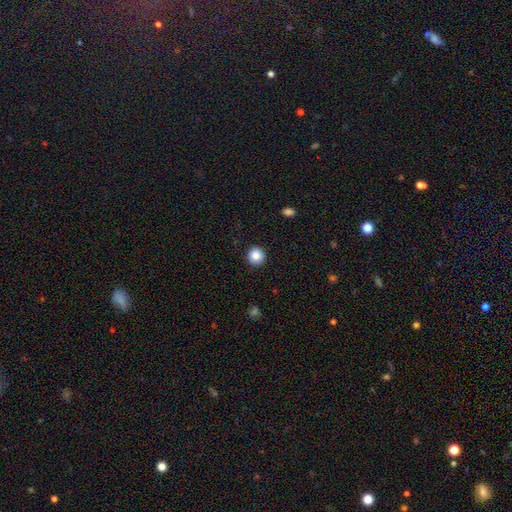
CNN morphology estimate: Overall: smooth (86%). How rounded: round (95%). Merging: none (92%).